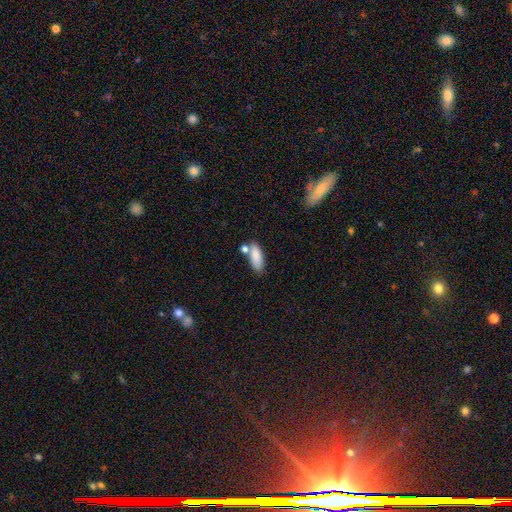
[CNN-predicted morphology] smooth-or-featured: smooth: 85% | featured or disk: 8% | star or artifact: 7%
  how-rounded: in between: 74% | cigar-shaped: 23% | round: 3%
  merging: none: 61% | merger: 20% | minor disturbance: 15% | major disturbance: 4%